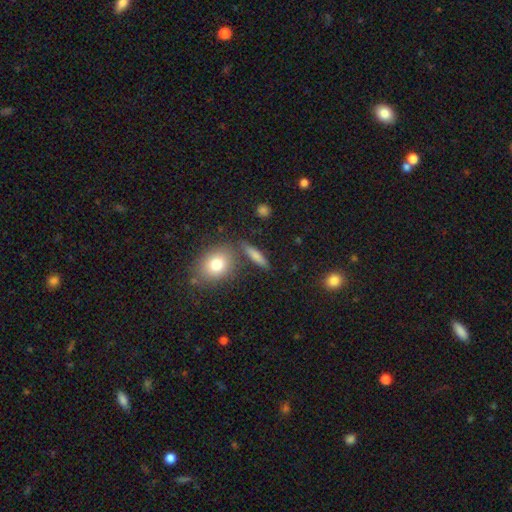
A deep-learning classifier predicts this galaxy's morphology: Smooth or featured?
  - smooth: 72% *
  - featured or disk: 17%
  - star or artifact: 10%
How rounded?
  - cigar-shaped: 64% *
  - in between: 26%
  - round: 9%
Merging?
  - none: 78% *
  - minor disturbance: 10%
  - merger: 8%
  - major disturbance: 4%